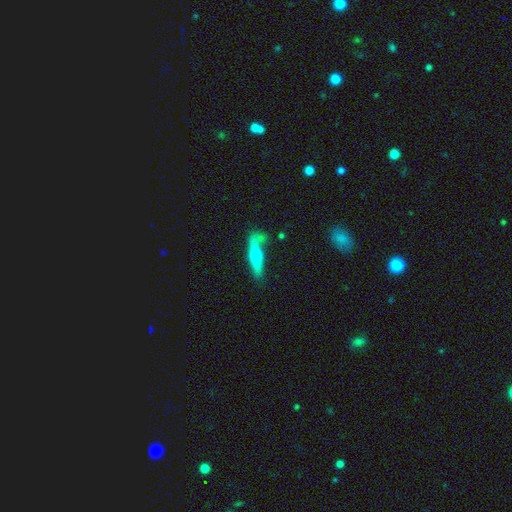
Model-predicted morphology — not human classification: A featured or disk galaxy (48%).

Vote fractions:
- Smooth or featured? featured or disk: 48% / smooth: 46% / star or artifact: 6%
- Merging? none: 59% / minor disturbance: 22% / major disturbance: 9% / merger: 9%